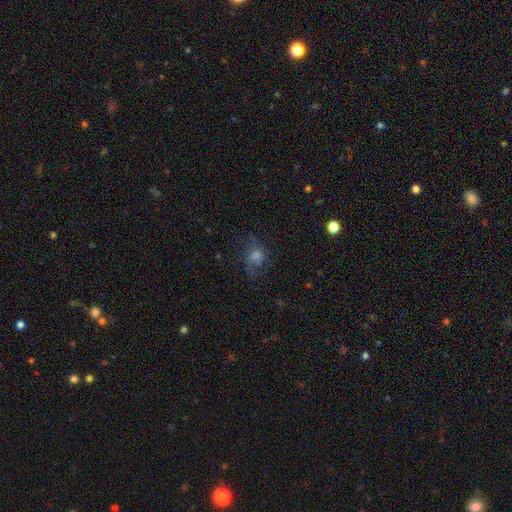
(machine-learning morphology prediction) Overall: smooth (39%, tied with featured or disk). Merging: none (57%; major disturbance 21%).